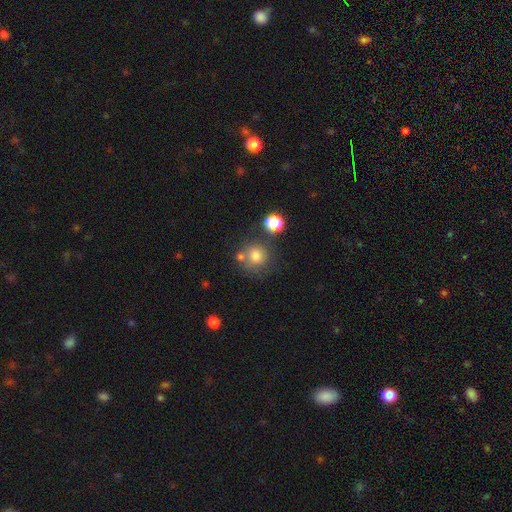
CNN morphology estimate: type=smooth (77%); roundness=round (90%); merging=none (66%).